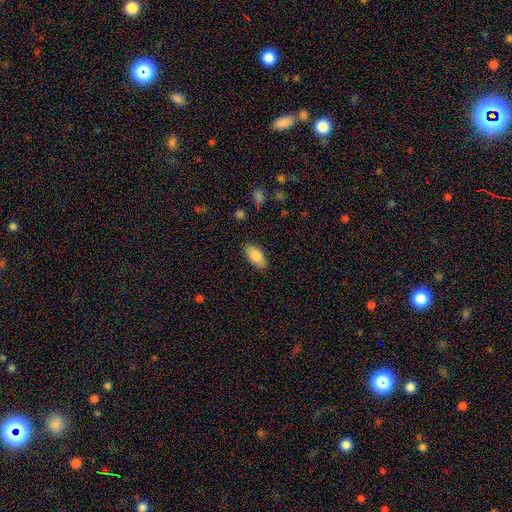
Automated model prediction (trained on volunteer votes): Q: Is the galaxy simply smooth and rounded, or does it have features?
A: smooth — 83%.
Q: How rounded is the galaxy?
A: in between — 93%.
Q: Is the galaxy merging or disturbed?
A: none — 86%.